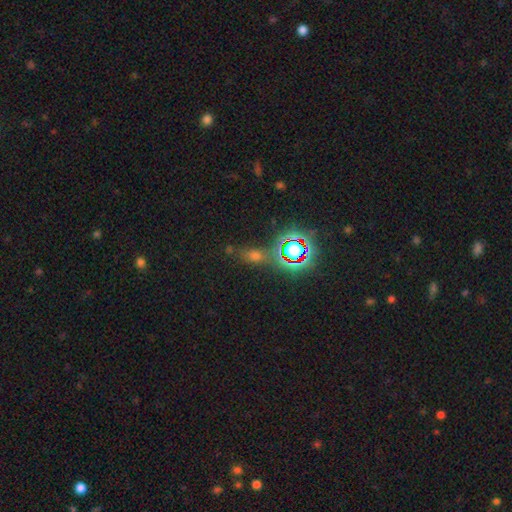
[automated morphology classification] The model was most divided on "smooth or featured": star or artifact: 48%, smooth: 41%, featured or disk: 12%.